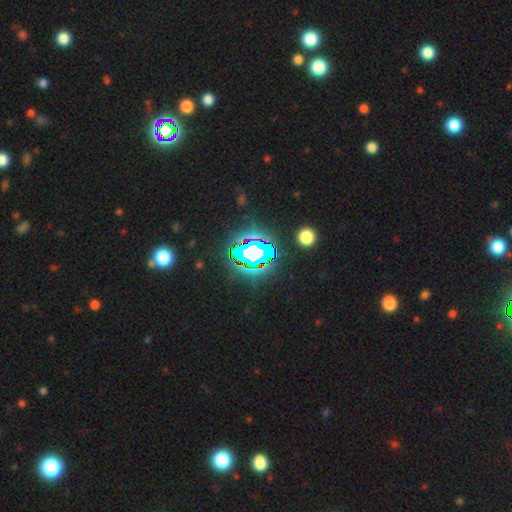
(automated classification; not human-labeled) Smooth or featured? Predicted: star or artifact (p=0.78).